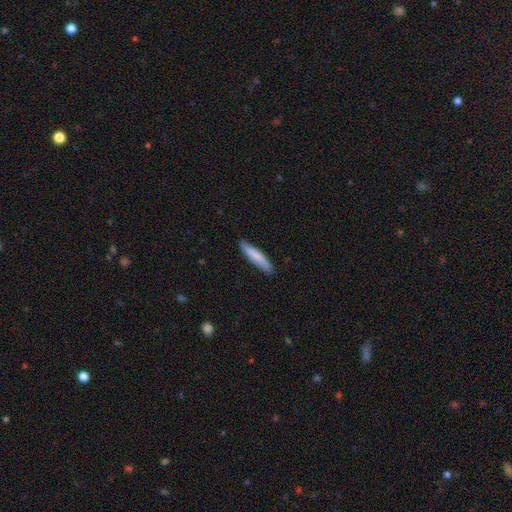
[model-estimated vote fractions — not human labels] Overall: smooth (78%). How rounded: cigar-shaped (87%). Merging: none (86%).